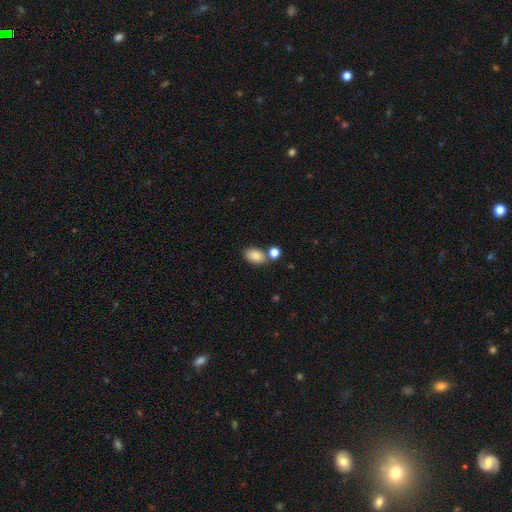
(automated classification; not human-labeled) Smooth or featured?
  - smooth: 86% *
  - star or artifact: 9%
  - featured or disk: 6%
How rounded?
  - in between: 84% *
  - round: 15%
  - cigar-shaped: 1%
Merging?
  - none: 65% *
  - merger: 19%
  - minor disturbance: 12%
  - major disturbance: 4%